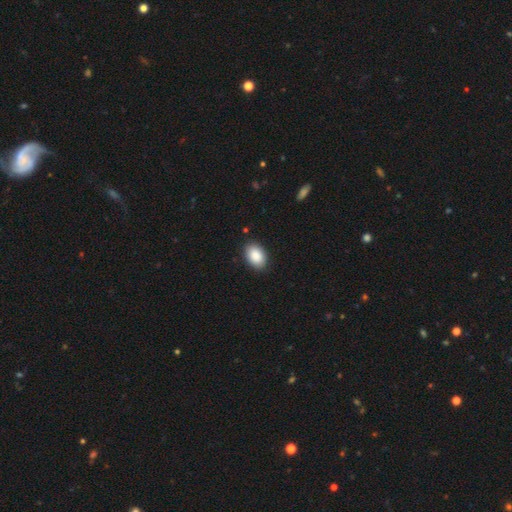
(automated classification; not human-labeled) Smooth or featured? Predicted: smooth (p=0.90). How rounded? Predicted: in between (p=0.88). Merging? Predicted: none (p=0.88).